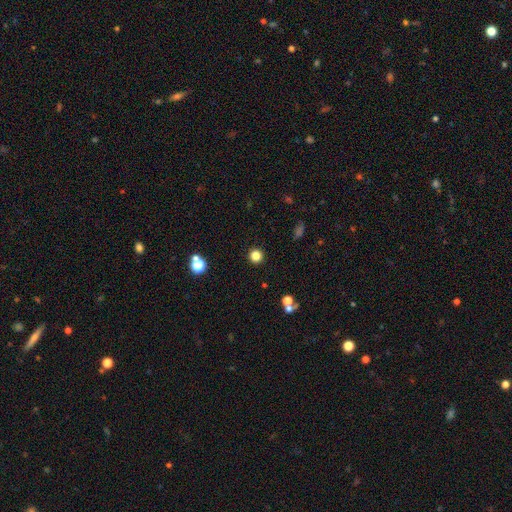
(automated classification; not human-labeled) Q: Smooth or featured?
A: smooth (82%); runner-up: star or artifact (14%)
Q: How rounded?
A: round (96%); runner-up: in between (3%)
Q: Merging?
A: none (92%); runner-up: minor disturbance (4%)